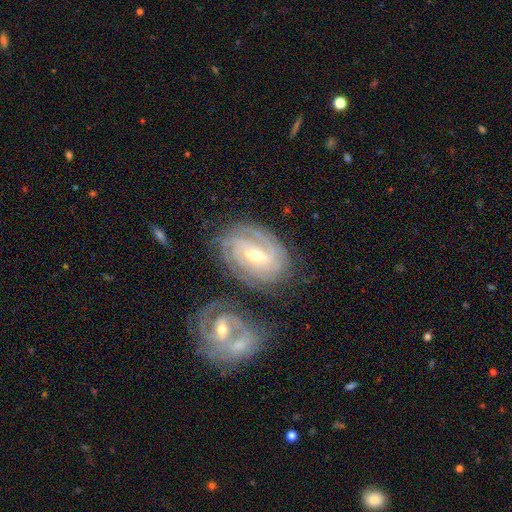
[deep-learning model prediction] Q: Smooth or featured?
A: featured or disk (89%); runner-up: smooth (6%)
Q: Edge-on disk?
A: no (96%); runner-up: yes (4%)
Q: Bar?
A: weak (45%); runner-up: strong (32%)
Q: Spiral arms?
A: yes (98%); runner-up: no (2%)
Q: Spiral winding?
A: tight (78%); runner-up: medium (19%)
Q: Spiral arm count?
A: 3 (30%); runner-up: 4 (22%)
Q: Bulge size?
A: moderate (52%); runner-up: small (45%)
Q: Merging?
A: none (67%); runner-up: minor disturbance (14%)